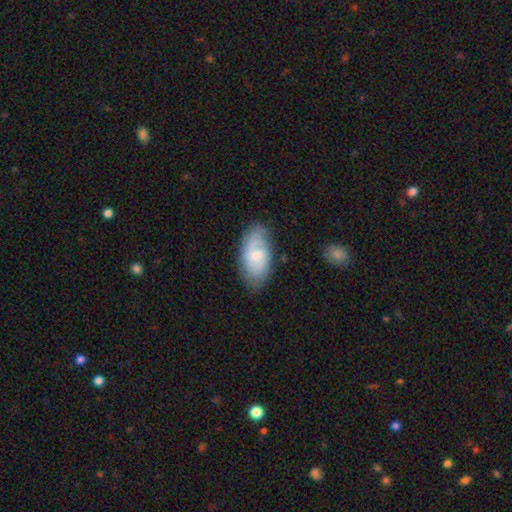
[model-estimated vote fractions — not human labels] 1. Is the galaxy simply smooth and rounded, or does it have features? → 50% featured or disk, 43% smooth, 7% star or artifact.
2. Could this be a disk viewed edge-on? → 93% no, 7% yes.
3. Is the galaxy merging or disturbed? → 72% none, 20% minor disturbance, 6% major disturbance, 2% merger.